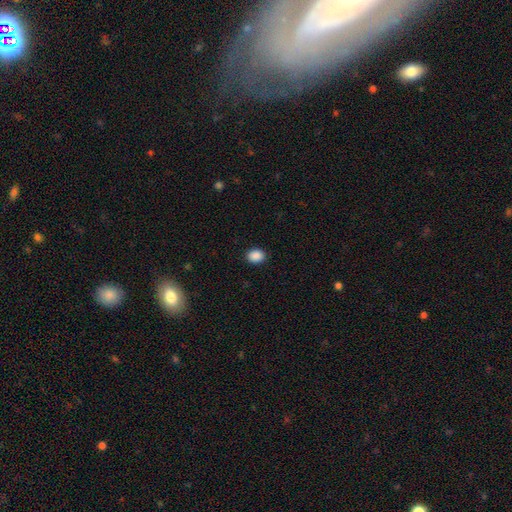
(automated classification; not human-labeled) Smooth or featured? smooth (89%)
How rounded? in between (53%)
Merging? none (90%)